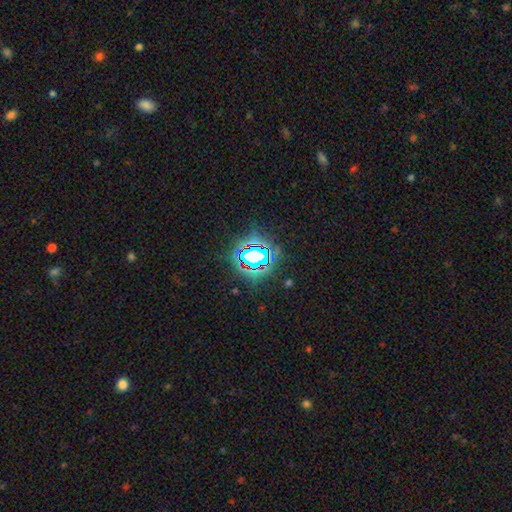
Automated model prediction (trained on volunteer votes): Morphology: type=star or artifact (71%).